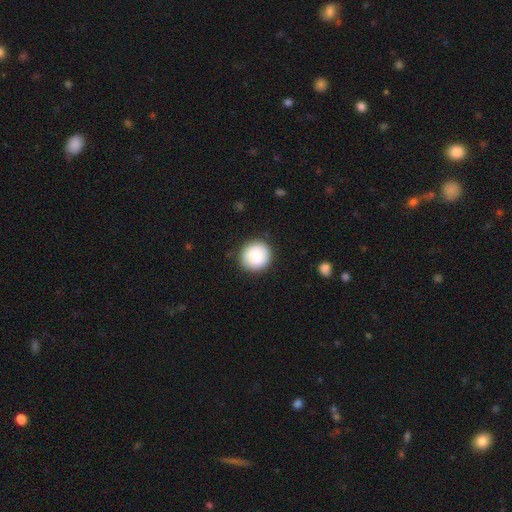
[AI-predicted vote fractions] This appears to be a smooth galaxy with no disk features (83%) that is round (91%). Merging: none (88%).